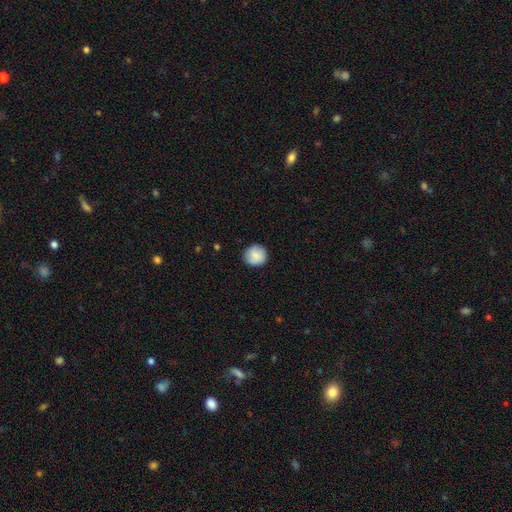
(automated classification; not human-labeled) Q: Smooth or featured?
A: smooth (84%); runner-up: featured or disk (9%)
Q: How rounded?
A: round (93%); runner-up: in between (7%)
Q: Merging?
A: none (87%); runner-up: minor disturbance (10%)